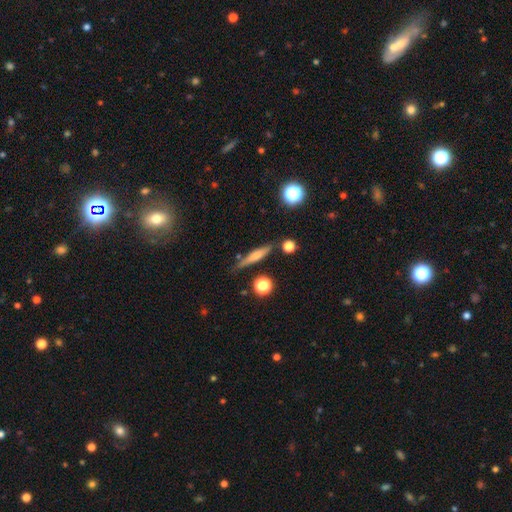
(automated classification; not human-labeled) A smooth galaxy with no disk features (55%) that is cigar-shaped (85%).

Vote fractions:
- Smooth or featured? smooth: 55% / featured or disk: 37% / star or artifact: 9%
- How rounded? cigar-shaped: 85% / in between: 11% / round: 4%
- Merging? none: 79% / minor disturbance: 14% / merger: 5% / major disturbance: 3%